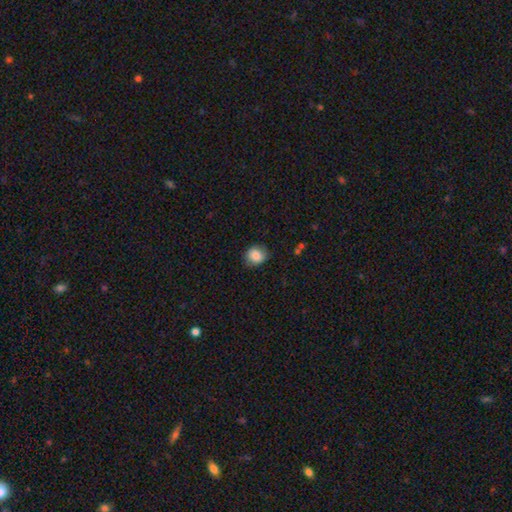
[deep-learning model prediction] smooth 85%, star or artifact 9%, featured or disk 7%. Down the decision tree: how rounded — round (77%); merging — none (78%).